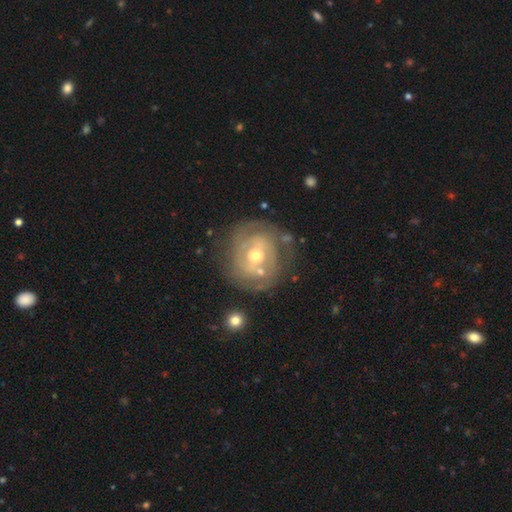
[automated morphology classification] This appears to be a featured or disk galaxy (76%) with no bar (56%), tight (68%) spiral arms (74%) and a moderate central bulge (65%). Merging: none (69%).